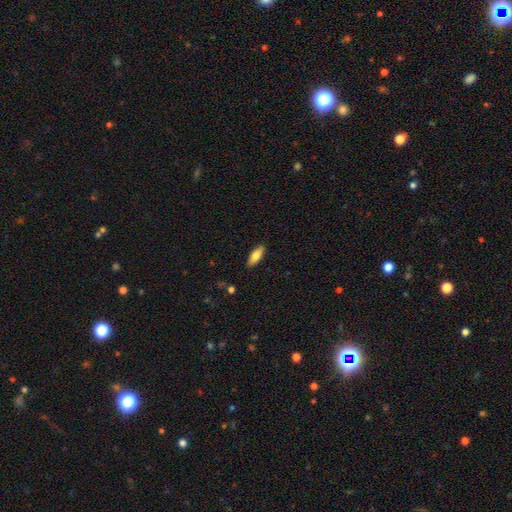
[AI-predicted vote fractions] smooth-or-featured: smooth: 73% | featured or disk: 21% | star or artifact: 6%
  how-rounded: in between: 66% | cigar-shaped: 32% | round: 2%
  merging: none: 89% | minor disturbance: 8% | major disturbance: 2% | merger: 1%